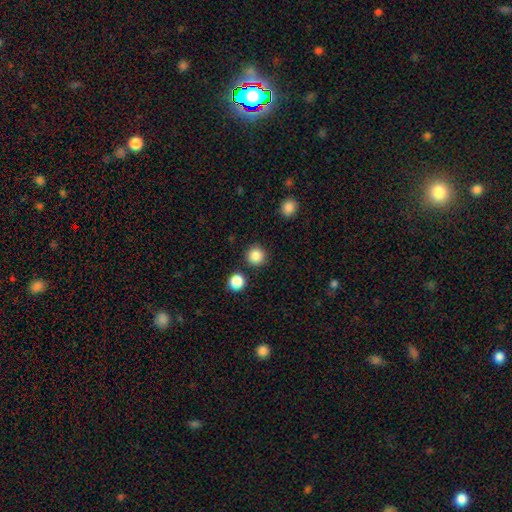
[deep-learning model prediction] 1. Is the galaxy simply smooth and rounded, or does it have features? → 86% smooth, 10% star or artifact, 4% featured or disk.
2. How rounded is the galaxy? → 95% round, 4% in between, 1% cigar-shaped.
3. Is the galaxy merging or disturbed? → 89% none, 6% minor disturbance, 3% merger, 2% major disturbance.